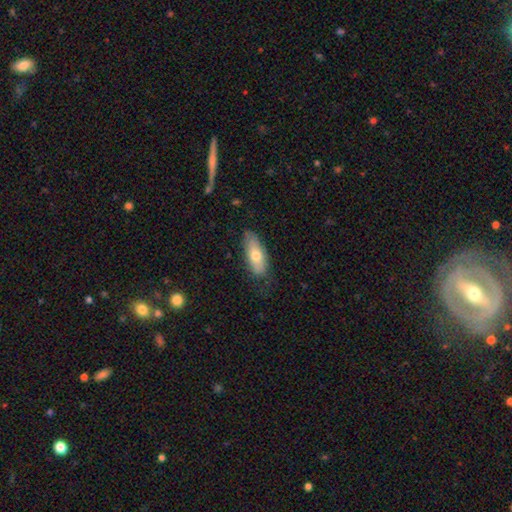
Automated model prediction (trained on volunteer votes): Overall: smooth (69%). How rounded: in between (78%). Merging: none (71%).